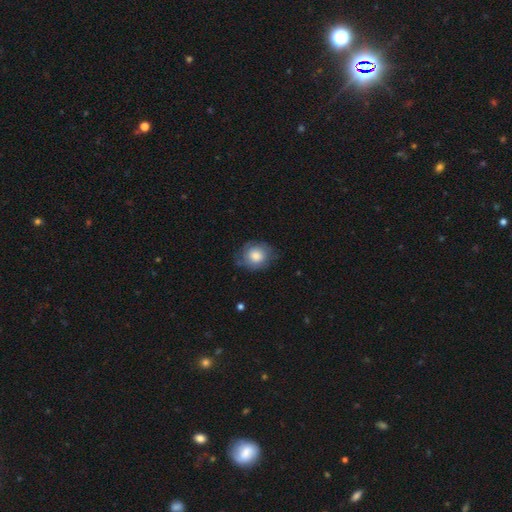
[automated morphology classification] type=smooth (69%); roundness=round (66%); merging=none (66%).